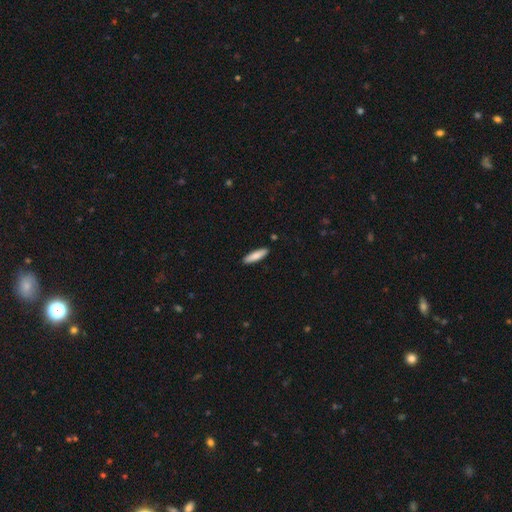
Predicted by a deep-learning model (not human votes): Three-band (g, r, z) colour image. It shows a smooth galaxy with no disk features (83%) that is cigar-shaped (71%). Merging: none (90%).